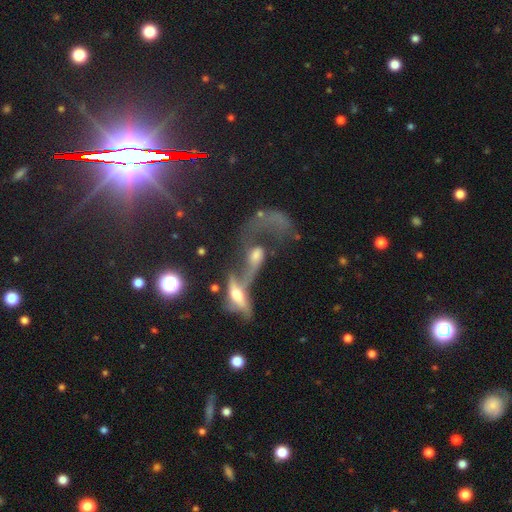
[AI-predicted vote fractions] Smooth or featured?
  - featured or disk: 65% *
  - smooth: 22%
  - star or artifact: 13%
Edge-on disk?
  - no: 85% *
  - yes: 15%
Bar?
  - no: 64% *
  - weak: 27%
  - strong: 9%
Spiral arms?
  - yes: 65% *
  - no: 35%
Bulge size?
  - moderate: 45% *
  - small: 24%
  - large: 15%
  - none: 12%
  - dominant: 4%
Merging?
  - merger: 68% *
  - major disturbance: 17%
  - none: 9%
  - minor disturbance: 5%